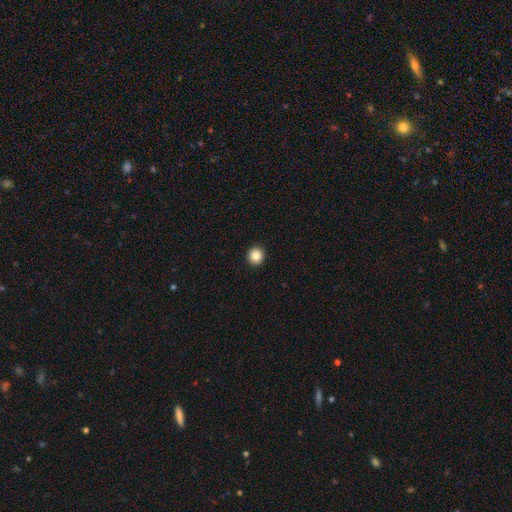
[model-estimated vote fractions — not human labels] Q: Smooth or featured?
A: smooth (86%); runner-up: star or artifact (10%)
Q: How rounded?
A: round (91%); runner-up: in between (8%)
Q: Merging?
A: none (94%); runner-up: minor disturbance (4%)